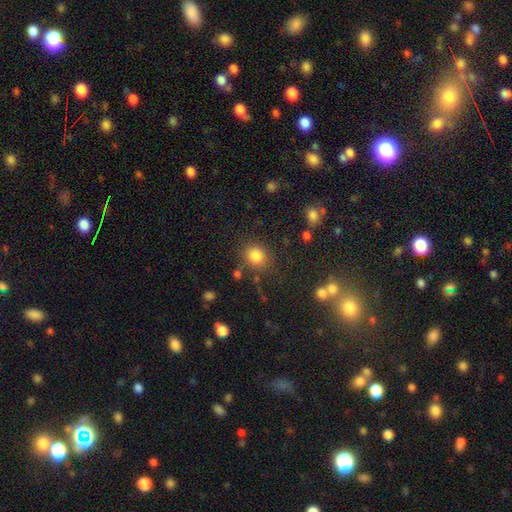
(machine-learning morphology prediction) type=smooth (83%); roundness=round (76%); merging=none (78%).